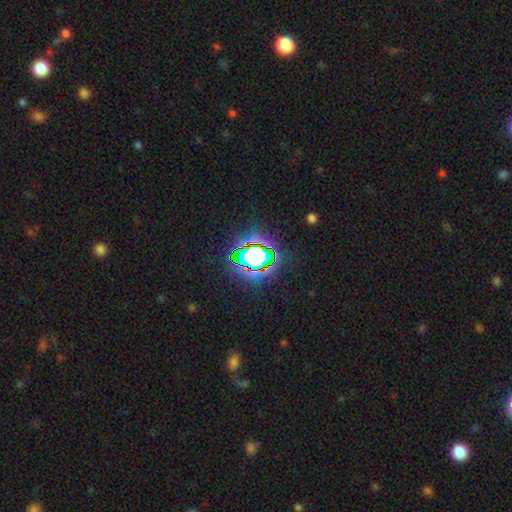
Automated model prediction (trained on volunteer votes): A star or artifact, not a galaxy (68%).